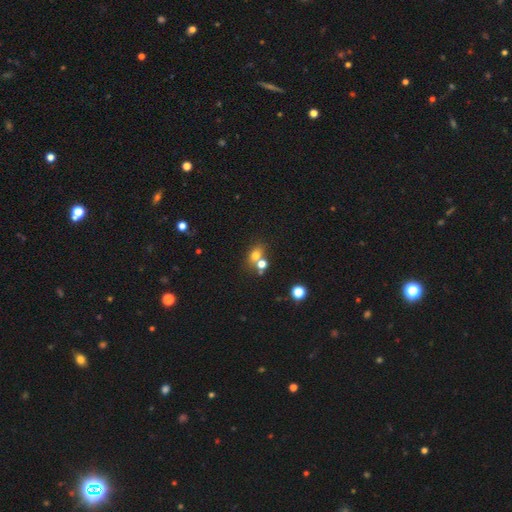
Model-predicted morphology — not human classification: type=smooth (70%); roundness=in between (52%); merging=none (48%).